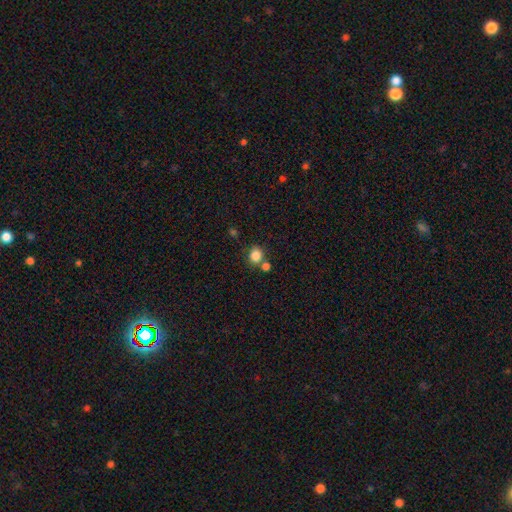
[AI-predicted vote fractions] Q: Smooth or featured?
A: smooth (84%); runner-up: star or artifact (11%)
Q: How rounded?
A: round (75%); runner-up: in between (24%)
Q: Merging?
A: none (65%); runner-up: merger (22%)